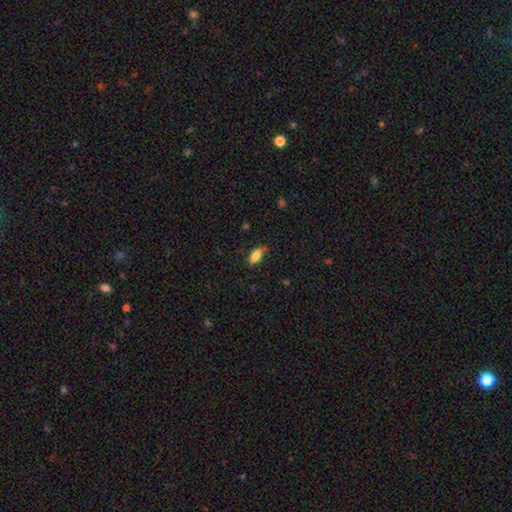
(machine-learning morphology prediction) A smooth galaxy with no disk features (83%) that is in between round and cigar-shaped (87%).

Vote fractions:
- Smooth or featured? smooth: 83% / featured or disk: 9% / star or artifact: 8%
- How rounded? in between: 87% / cigar-shaped: 10% / round: 4%
- Merging? none: 70% / minor disturbance: 24% / major disturbance: 5% / merger: 2%